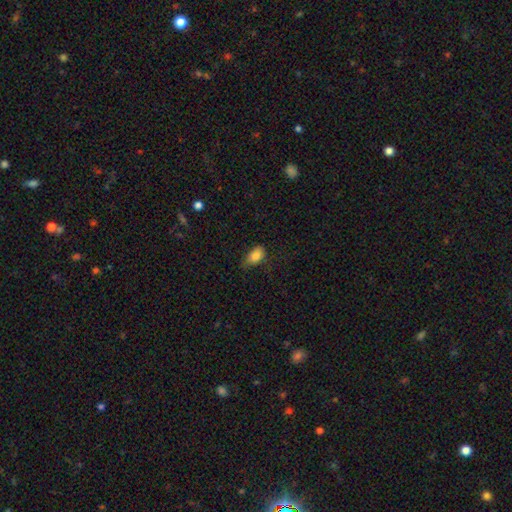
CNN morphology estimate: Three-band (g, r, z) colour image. It shows a smooth galaxy with no disk features (84%) that is in between round and cigar-shaped (90%). Merging: none (57%).